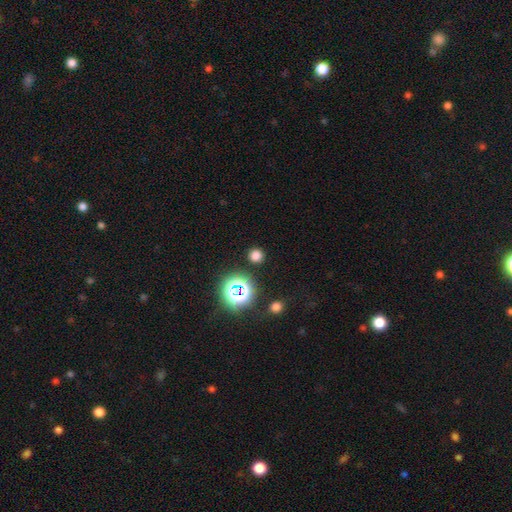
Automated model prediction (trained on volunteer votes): This is likely a smooth galaxy (69%). How rounded: clearly round (91%). Merging: clearly none (88%).